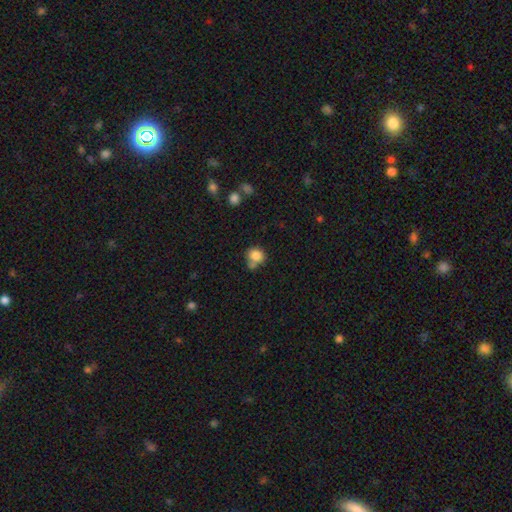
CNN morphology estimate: Smooth or featured: smooth — 83% (star or artifact — 10%)
How rounded: round — 82% (in between — 17%)
Merging: none — 56% (merger — 24%)